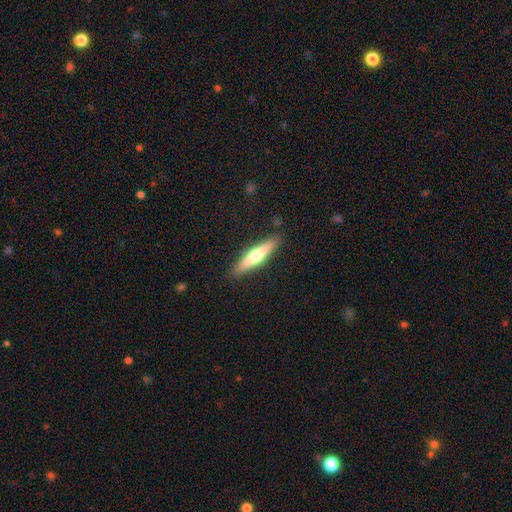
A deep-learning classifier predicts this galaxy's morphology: smooth_or_featured: featured or disk (p=0.53) [alt: smooth p=0.42]
disk_edge_on: yes (p=0.95) [alt: no p=0.05]
edge_on_bulge: rounded (p=0.89) [alt: none p=0.07]
merging: none (p=0.89) [alt: minor disturbance p=0.08]